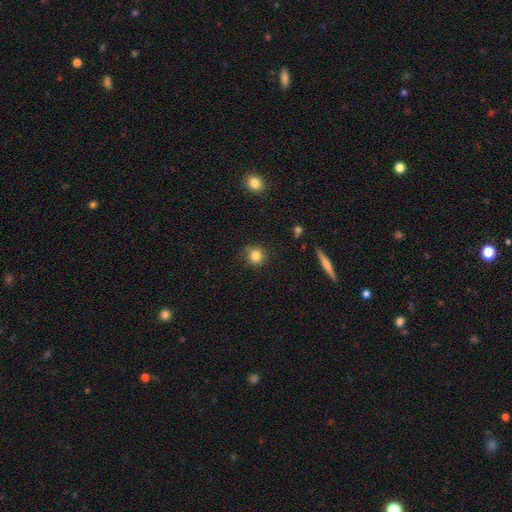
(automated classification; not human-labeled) Overall: smooth (83%). How rounded: round (91%). Merging: none (84%).